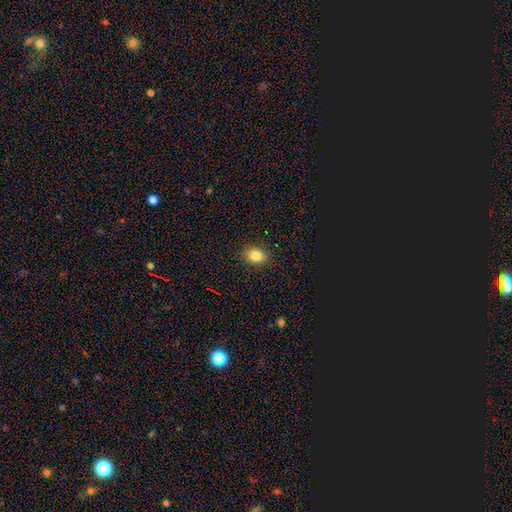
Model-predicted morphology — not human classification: smooth_or_featured: smooth (p=0.84) [alt: star or artifact p=0.10]
how_rounded: in between (p=0.61) [alt: round p=0.38]
merging: none (p=0.88) [alt: minor disturbance p=0.08]